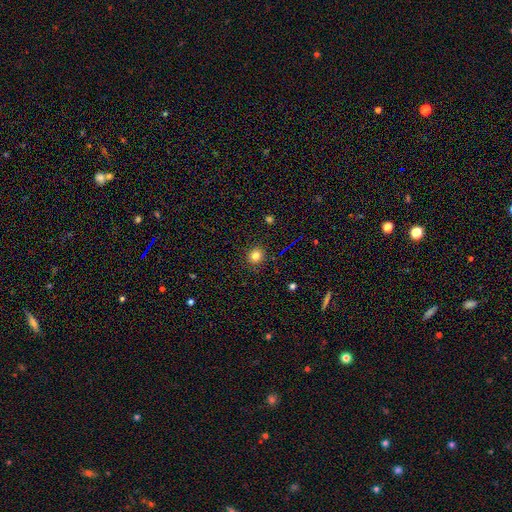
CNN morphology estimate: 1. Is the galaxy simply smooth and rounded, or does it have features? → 79% smooth, 14% star or artifact, 7% featured or disk.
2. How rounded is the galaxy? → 89% round, 11% in between, 1% cigar-shaped.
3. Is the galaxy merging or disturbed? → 90% none, 6% minor disturbance, 2% major disturbance, 1% merger.